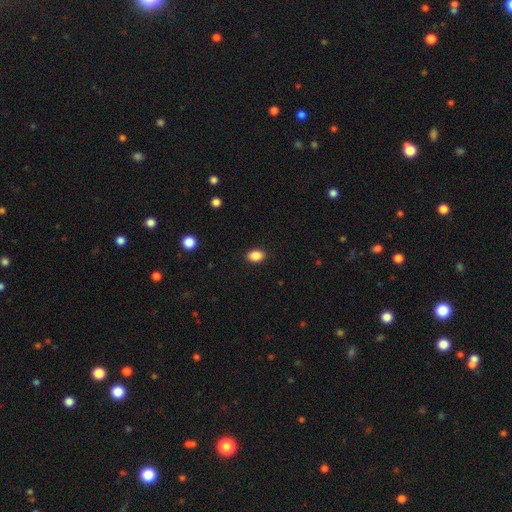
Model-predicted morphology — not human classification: Q: Smooth or featured?
A: smooth (88%); runner-up: star or artifact (9%)
Q: How rounded?
A: in between (80%); runner-up: round (19%)
Q: Merging?
A: none (89%); runner-up: minor disturbance (8%)